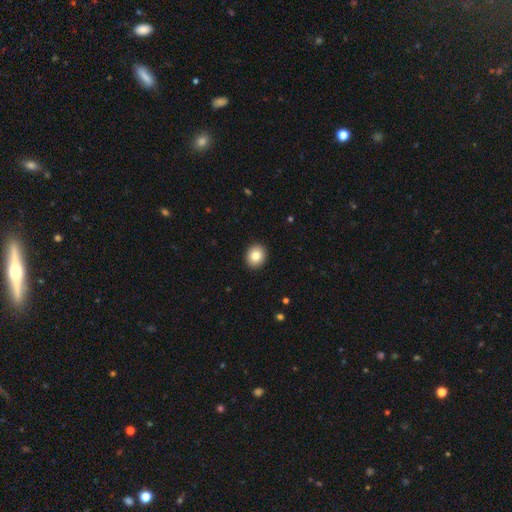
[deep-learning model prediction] Morphology: type=smooth (83%); roundness=round (74%); merging=none (92%).